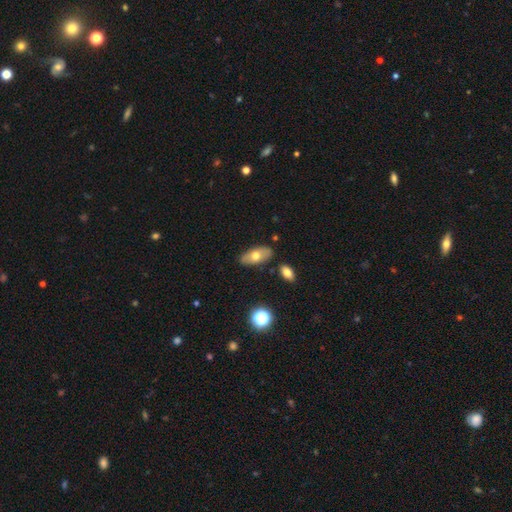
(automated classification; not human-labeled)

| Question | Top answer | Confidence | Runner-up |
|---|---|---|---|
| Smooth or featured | smooth | 66% | featured or disk (27%) |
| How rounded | in between | 88% | cigar-shaped (8%) |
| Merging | none | 83% | minor disturbance (11%) |